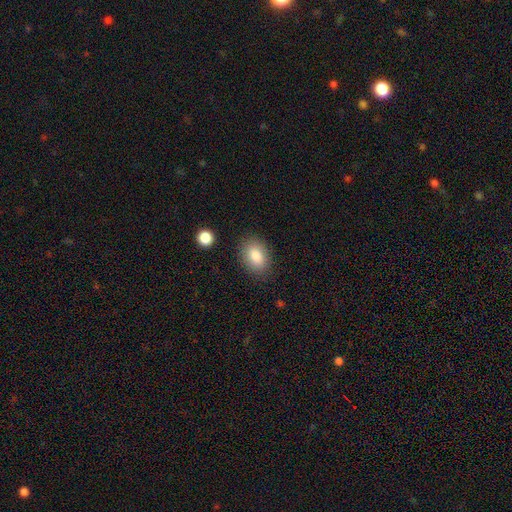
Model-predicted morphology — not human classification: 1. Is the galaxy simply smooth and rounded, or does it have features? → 82% smooth, 10% featured or disk, 8% star or artifact.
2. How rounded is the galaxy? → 75% in between, 24% round, 1% cigar-shaped.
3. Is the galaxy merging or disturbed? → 85% none, 10% minor disturbance, 3% major disturbance, 2% merger.